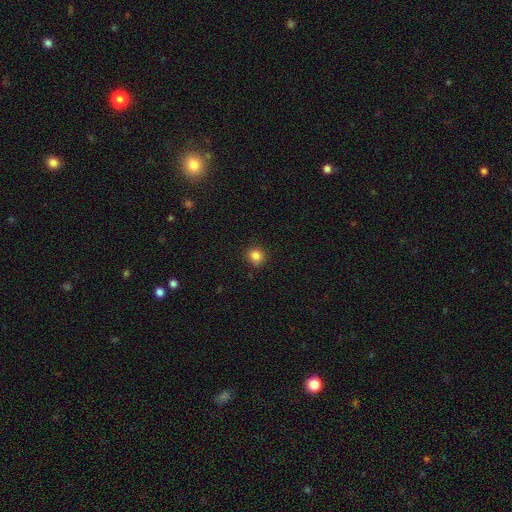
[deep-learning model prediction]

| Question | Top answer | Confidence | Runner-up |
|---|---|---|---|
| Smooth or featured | smooth | 84% | star or artifact (11%) |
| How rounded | round | 88% | in between (11%) |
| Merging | none | 86% | minor disturbance (10%) |